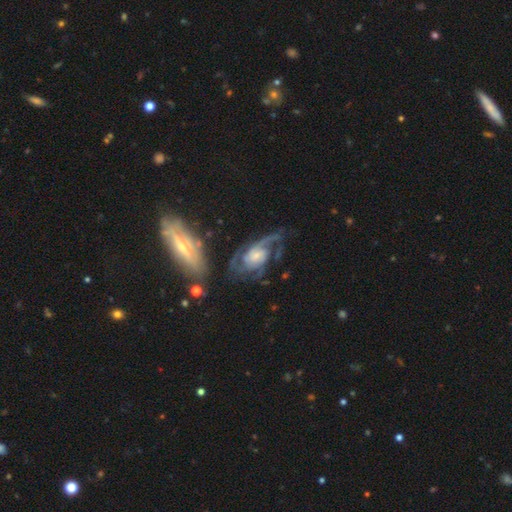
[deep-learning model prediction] Smooth or featured?
  - featured or disk: 86% *
  - smooth: 9%
  - star or artifact: 5%
Edge-on disk?
  - no: 96% *
  - yes: 4%
Bar?
  - no: 55% *
  - weak: 35%
  - strong: 9%
Spiral arms?
  - yes: 95% *
  - no: 5%
Spiral winding?
  - medium: 47% *
  - tight: 29%
  - loose: 24%
Spiral arm count?
  - 2: 47% *
  - can't tell: 17%
  - 3: 17%
  - 1: 9%
  - 4: 6%
  - more than 4: 5%
Bulge size?
  - small: 49% *
  - moderate: 28%
  - large: 11%
  - none: 9%
  - dominant: 2%
Merging?
  - none: 47% *
  - major disturbance: 28%
  - minor disturbance: 19%
  - merger: 6%